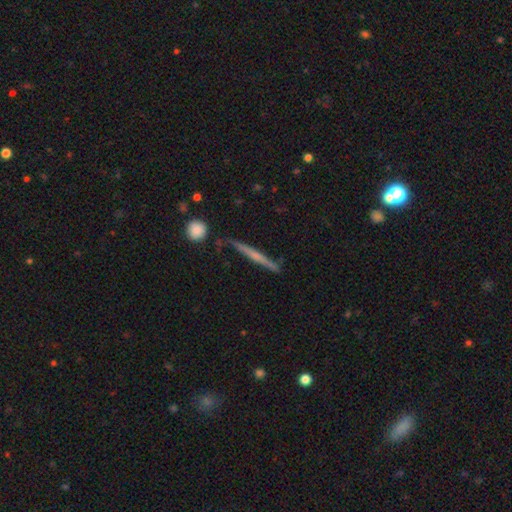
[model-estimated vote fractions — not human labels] Morphology: type=featured or disk (60%); edge-on=yes (96%); edge-on bulge=none (53%); merging=none (84%).